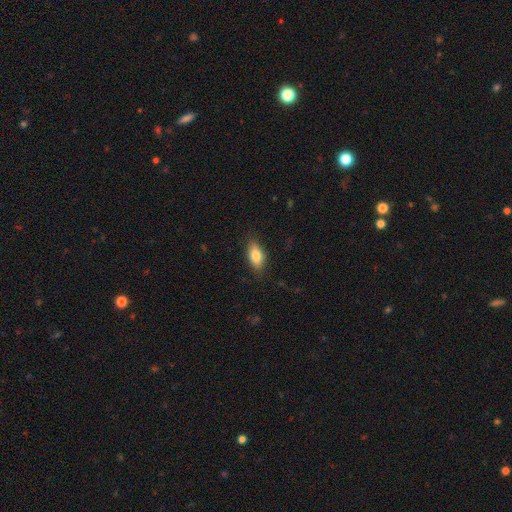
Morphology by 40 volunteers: A smooth galaxy with no disk features (85%) that is in between round and cigar-shaped (85%).

Vote fractions:
- Smooth or featured? smooth: 85% / featured or disk: 12% / star or artifact: 2%
- How rounded? in between: 85% / cigar-shaped: 9% / round: 6%
- Merging? none: 87% / minor disturbance: 10% / major disturbance: 3% / merger: 0%